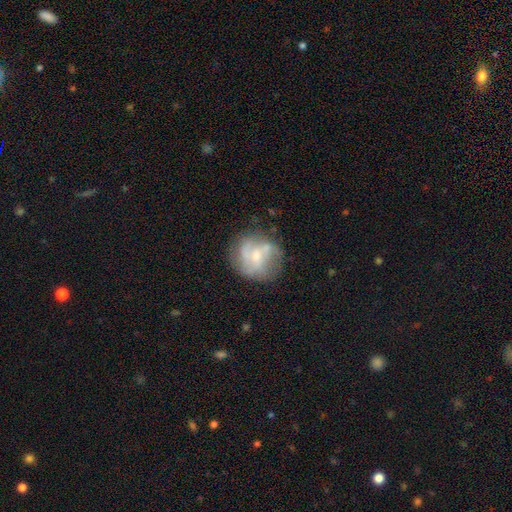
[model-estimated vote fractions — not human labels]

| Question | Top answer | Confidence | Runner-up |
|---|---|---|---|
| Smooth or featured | featured or disk | 64% | smooth (28%) |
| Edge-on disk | no | 97% | yes (3%) |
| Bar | no | 62% | weak (31%) |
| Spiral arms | yes | 72% | no (28%) |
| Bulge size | small | 60% | moderate (33%) |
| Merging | none | 64% | minor disturbance (20%) |